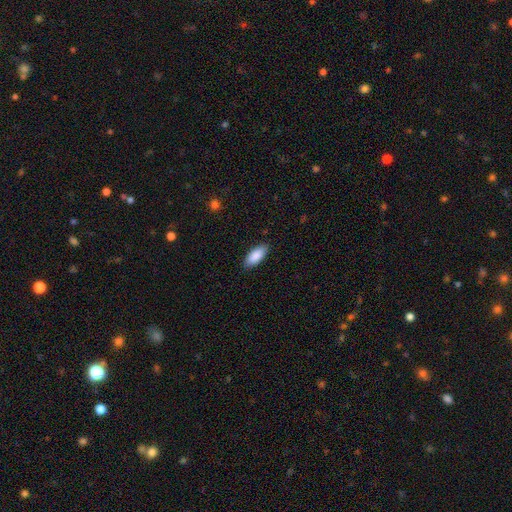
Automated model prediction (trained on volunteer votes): Smooth or featured: smooth — 89% (star or artifact — 6%)
How rounded: in between — 86% (cigar-shaped — 13%)
Merging: none — 88% (minor disturbance — 10%)